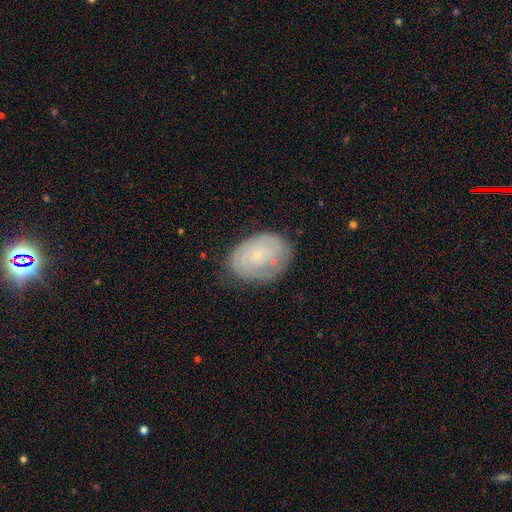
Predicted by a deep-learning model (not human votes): Smooth or featured? Predicted: featured or disk (p=0.52). Edge-on disk? Predicted: no (p=0.96). Merging? Predicted: none (p=0.70).